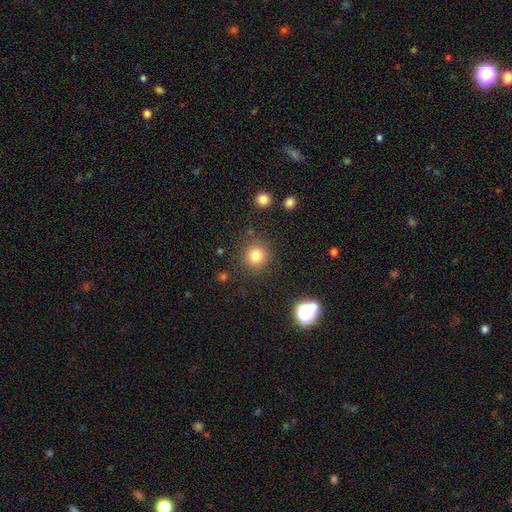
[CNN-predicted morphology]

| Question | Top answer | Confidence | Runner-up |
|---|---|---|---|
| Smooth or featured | smooth | 81% | star or artifact (13%) |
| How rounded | round | 92% | in between (7%) |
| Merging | none | 86% | minor disturbance (8%) |